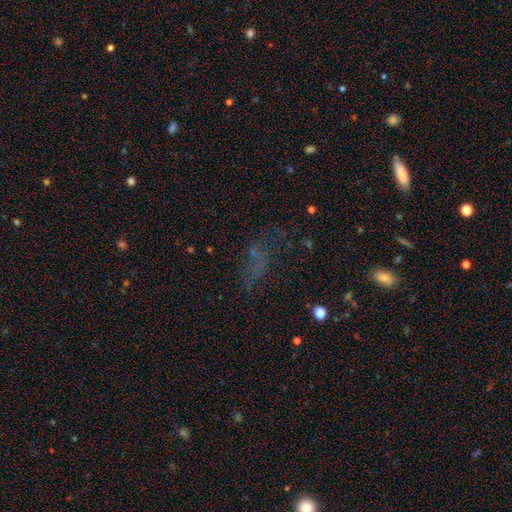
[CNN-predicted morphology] smooth_or_featured: smooth (p=0.40) [alt: star or artifact p=0.33]
merging: none (p=0.46) [alt: major disturbance p=0.30]